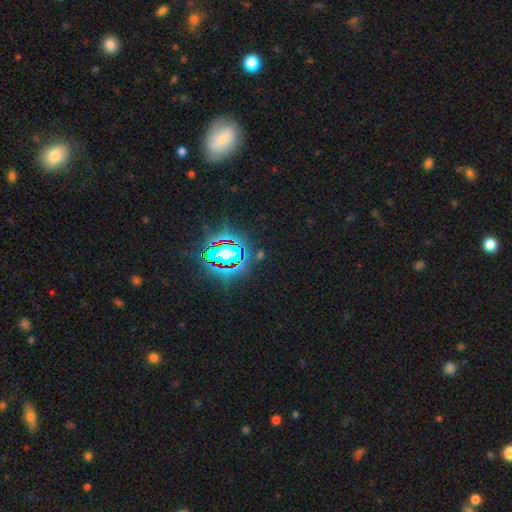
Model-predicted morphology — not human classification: smooth_or_featured: star or artifact (p=0.76) [alt: smooth p=0.13]